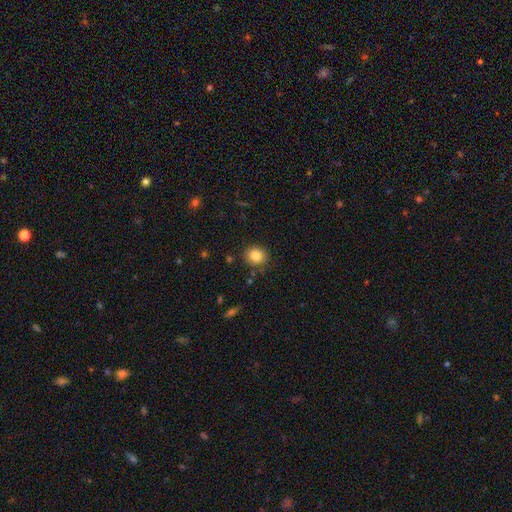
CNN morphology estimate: Smooth or featured: smooth — 84% (star or artifact — 10%)
How rounded: round — 75% (in between — 24%)
Merging: none — 87% (minor disturbance — 9%)